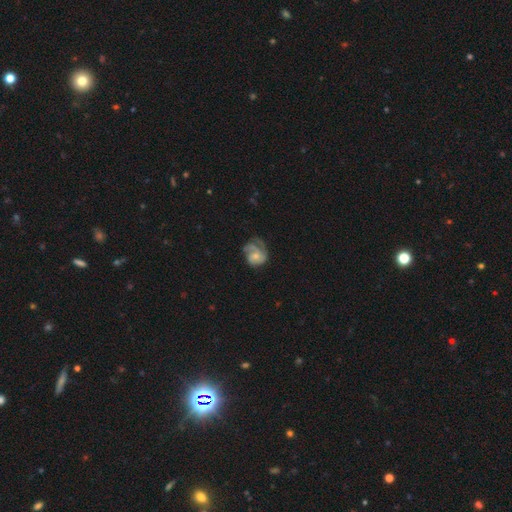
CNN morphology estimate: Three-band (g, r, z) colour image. It shows a featured or disk galaxy (70%) with no bar (73%), 2 (29%) tight (43%) spiral arms (91%) and a small central bulge (56%). Merging: none (47%).